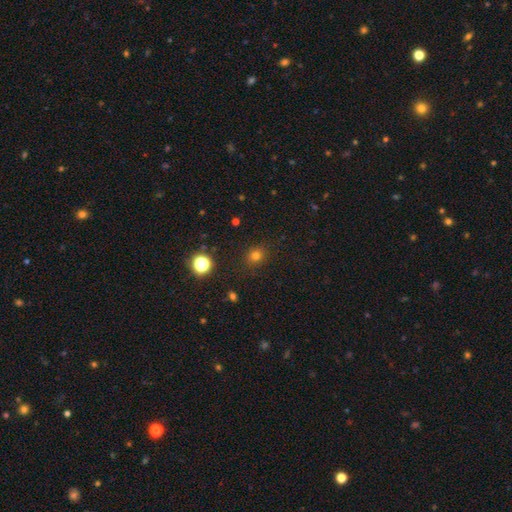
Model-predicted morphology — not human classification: Smooth or featured? Predicted: smooth (p=0.74). How rounded? Predicted: round (p=0.81). Merging? Predicted: none (p=0.87).